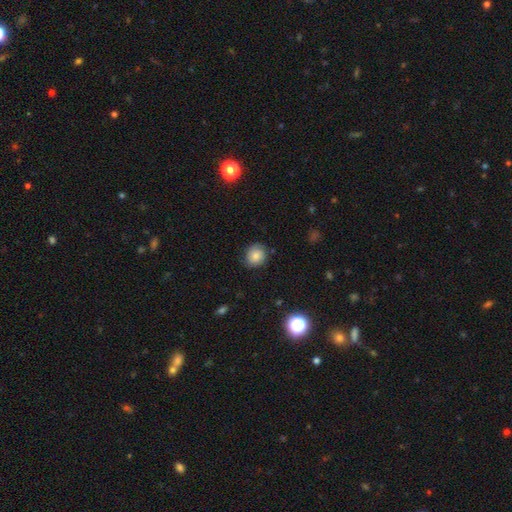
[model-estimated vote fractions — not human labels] smooth-or-featured: smooth: 69% | featured or disk: 20% | star or artifact: 10%
  how-rounded: round: 79% | in between: 21% | cigar-shaped: 1%
  merging: none: 77% | minor disturbance: 18% | major disturbance: 4% | merger: 1%